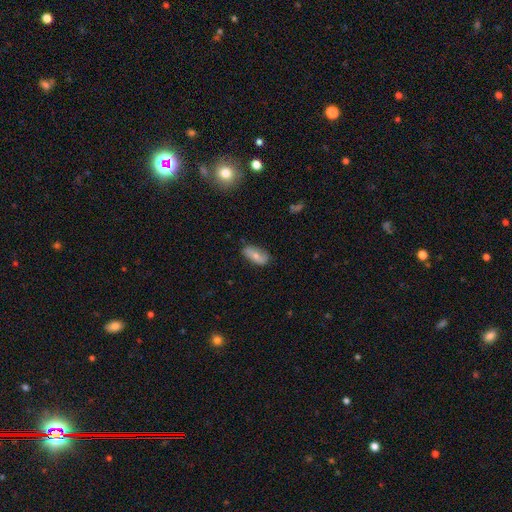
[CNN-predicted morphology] type=smooth (66%); roundness=in between (87%); merging=none (71%).